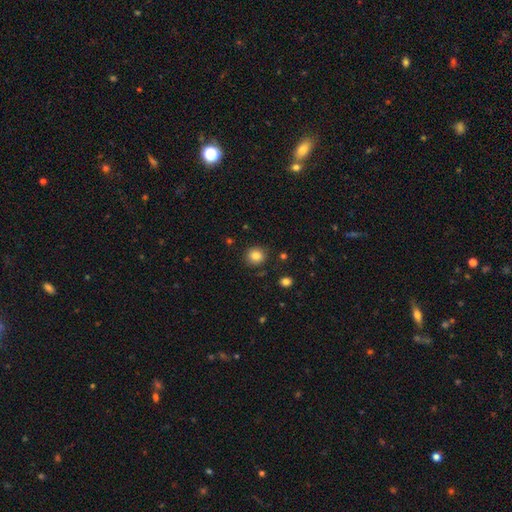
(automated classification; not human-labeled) smooth_or_featured: smooth (p=0.84) [alt: star or artifact p=0.11]
how_rounded: round (p=0.87) [alt: in between p=0.12]
merging: none (p=0.86) [alt: minor disturbance p=0.09]